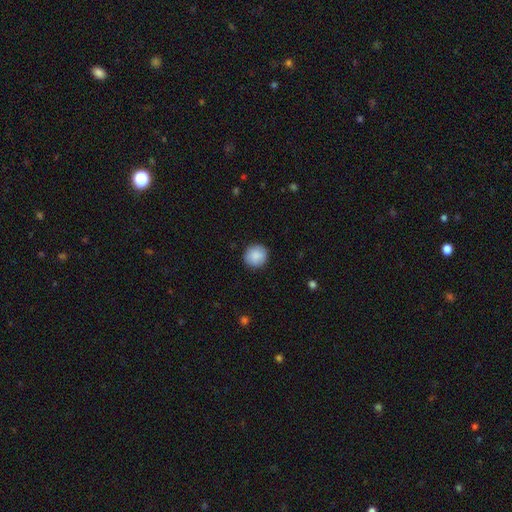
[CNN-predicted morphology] Q: Smooth or featured?
A: smooth (89%); runner-up: star or artifact (7%)
Q: How rounded?
A: round (93%); runner-up: in between (7%)
Q: Merging?
A: none (90%); runner-up: minor disturbance (7%)